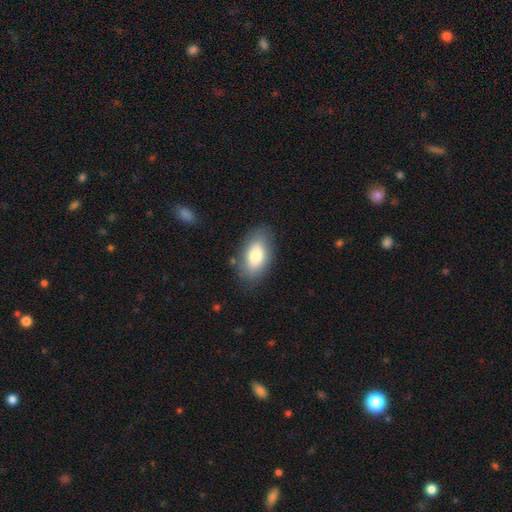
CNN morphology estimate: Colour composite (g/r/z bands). It shows a smooth galaxy with no disk features (78%) that is in between round and cigar-shaped (92%). Merging: none (79%).